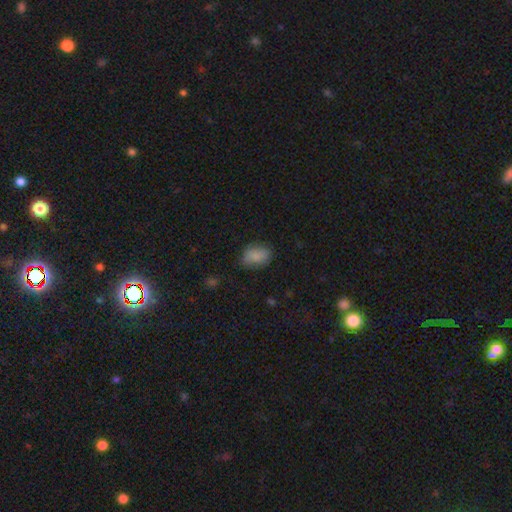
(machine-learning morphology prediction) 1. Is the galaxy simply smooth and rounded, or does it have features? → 84% smooth, 8% star or artifact, 8% featured or disk.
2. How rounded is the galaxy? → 77% in between, 21% round, 1% cigar-shaped.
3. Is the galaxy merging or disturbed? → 70% none, 23% minor disturbance, 5% major disturbance, 2% merger.